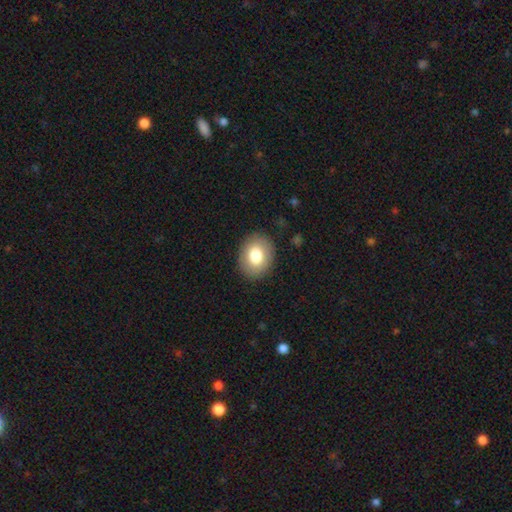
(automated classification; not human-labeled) The model was most divided on "how rounded": in between: 57%, round: 42%, cigar-shaped: 1%. More confident: merging — none (87%); smooth or featured — smooth (78%).